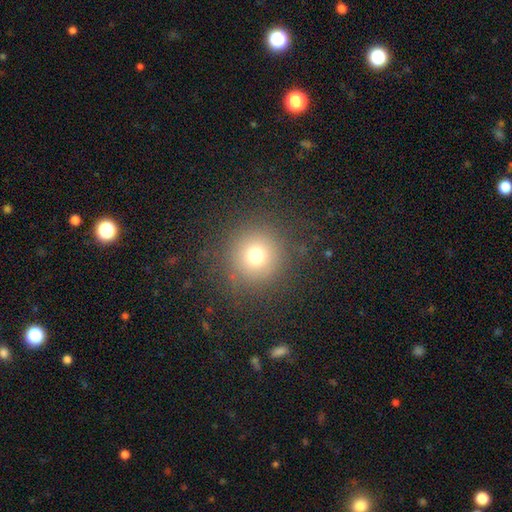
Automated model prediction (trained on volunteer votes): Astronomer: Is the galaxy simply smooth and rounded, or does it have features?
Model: smooth — 72%.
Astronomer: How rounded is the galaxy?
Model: round — 95%.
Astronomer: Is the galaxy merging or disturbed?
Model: none — 86%.